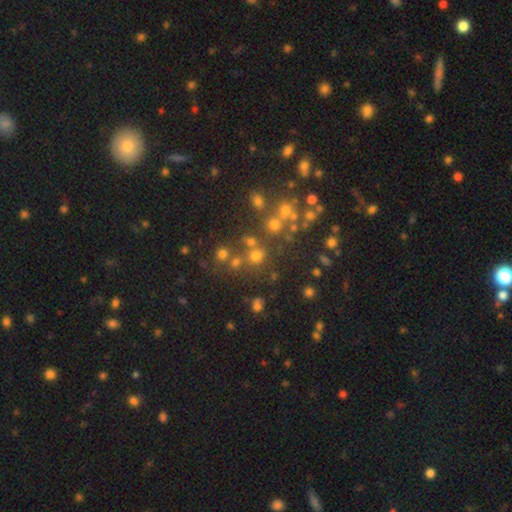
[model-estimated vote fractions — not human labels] Morphology: type=smooth (55%); roundness=round (86%); merging=none (68%).